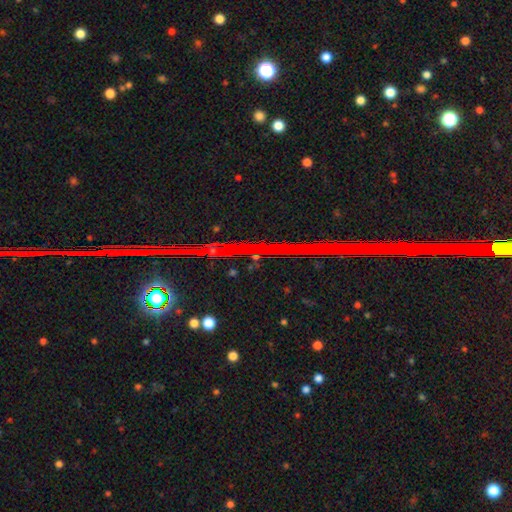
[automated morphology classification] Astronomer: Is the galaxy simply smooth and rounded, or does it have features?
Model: star or artifact — 79%.